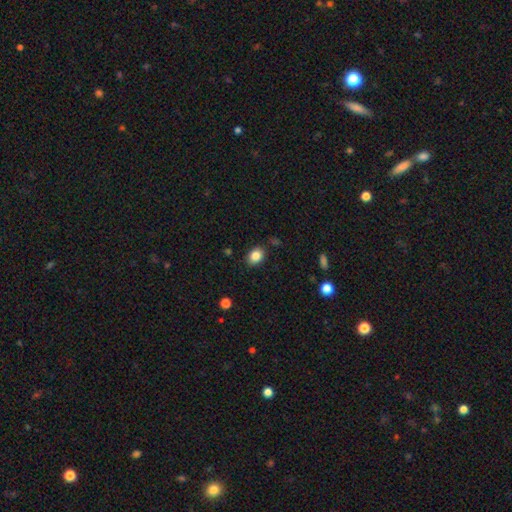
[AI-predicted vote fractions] smooth-or-featured: smooth: 85% | star or artifact: 9% | featured or disk: 6%
  how-rounded: in between: 68% | round: 31% | cigar-shaped: 1%
  merging: none: 85% | minor disturbance: 10% | major disturbance: 3% | merger: 2%